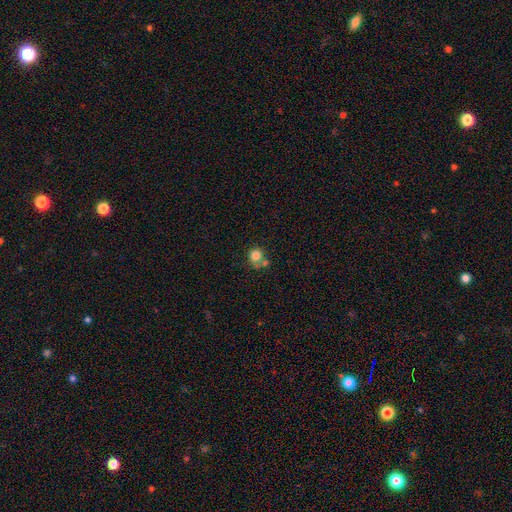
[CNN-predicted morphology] Smooth or featured? smooth (80%)
How rounded? round (82%)
Merging? none (48%)